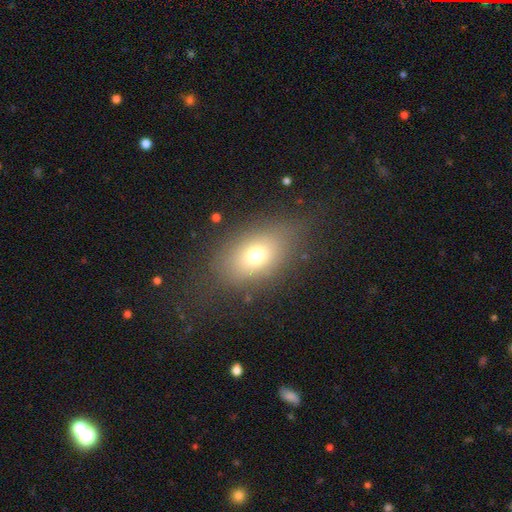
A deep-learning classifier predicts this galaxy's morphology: Smooth or featured: smooth — 70% (featured or disk — 16%)
How rounded: in between — 78% (round — 20%)
Merging: none — 73% (minor disturbance — 16%)